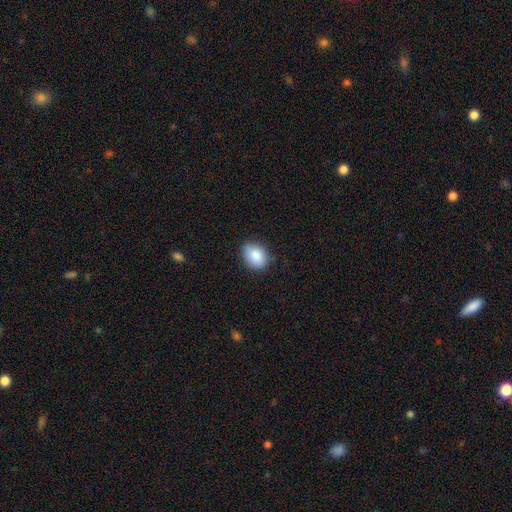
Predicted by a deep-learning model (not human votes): This appears to be a smooth galaxy with no disk features (87%) that is in between round and cigar-shaped (60%). Merging: none (82%).